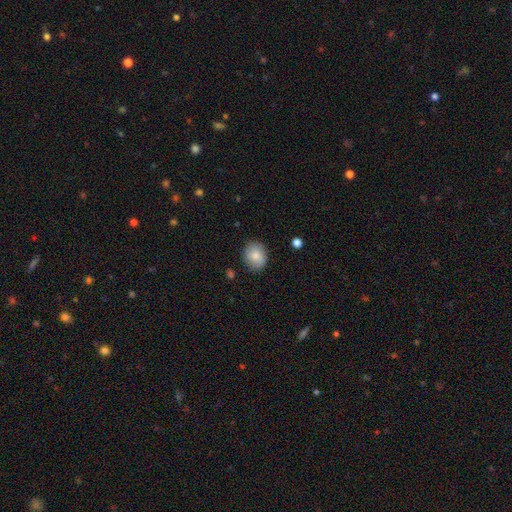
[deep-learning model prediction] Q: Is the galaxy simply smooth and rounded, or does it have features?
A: smooth — 82%.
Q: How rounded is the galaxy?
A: round — 66%.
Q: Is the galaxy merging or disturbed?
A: none — 83%.